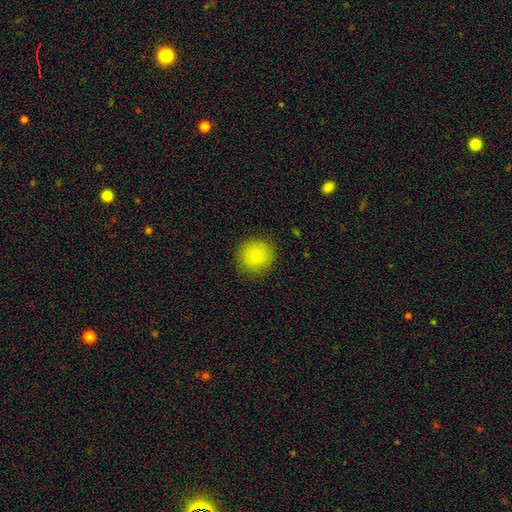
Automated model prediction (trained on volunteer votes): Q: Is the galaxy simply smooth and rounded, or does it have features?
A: smooth — 82%.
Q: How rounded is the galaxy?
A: round — 92%.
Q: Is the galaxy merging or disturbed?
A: none — 87%.